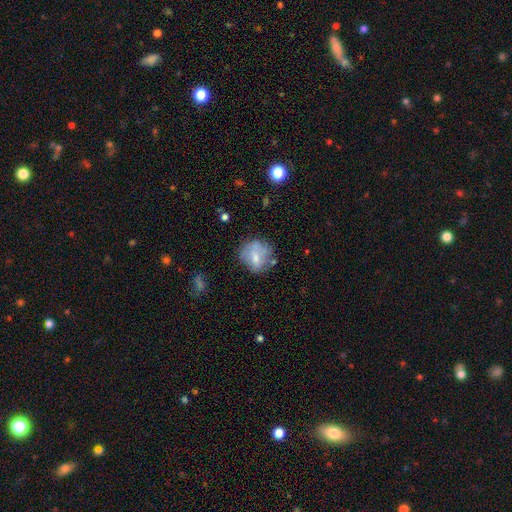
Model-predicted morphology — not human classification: type=smooth (55%); roundness=round (69%); merging=none (54%).